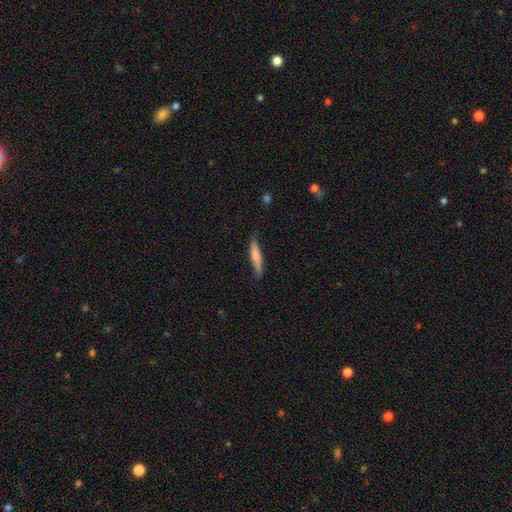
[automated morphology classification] smooth_or_featured: smooth (p=0.66) [alt: featured or disk p=0.29]
how_rounded: cigar-shaped (p=0.90) [alt: in between p=0.08]
merging: none (p=0.74) [alt: minor disturbance p=0.21]